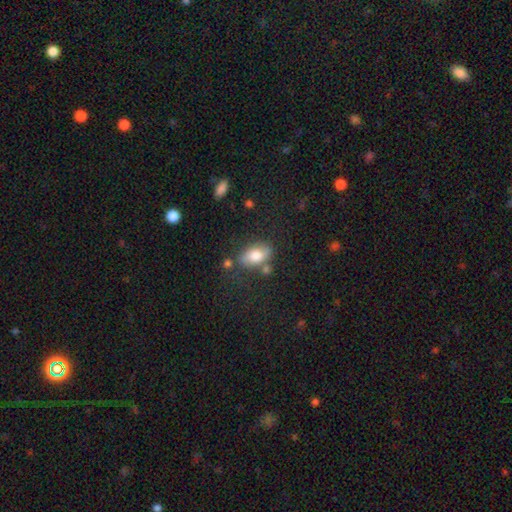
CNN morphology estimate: Overall: smooth (75%). How rounded: in between (88%). Merging: none (66%).